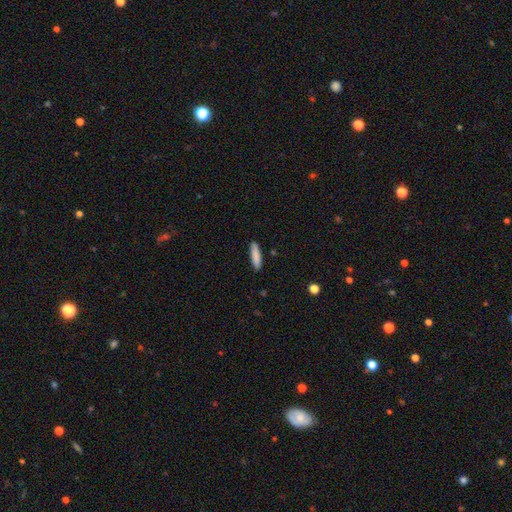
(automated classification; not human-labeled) Smooth or featured: smooth — 86% (featured or disk — 8%)
How rounded: cigar-shaped — 79% (in between — 20%)
Merging: none — 88% (minor disturbance — 9%)